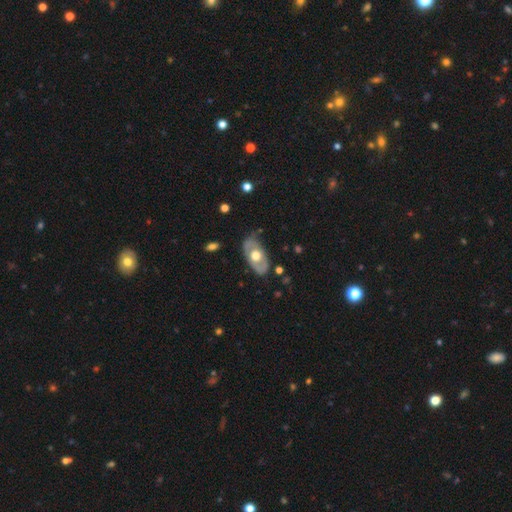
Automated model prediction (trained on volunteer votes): This appears to be a featured or disk galaxy (55%). Merging: none (74%).